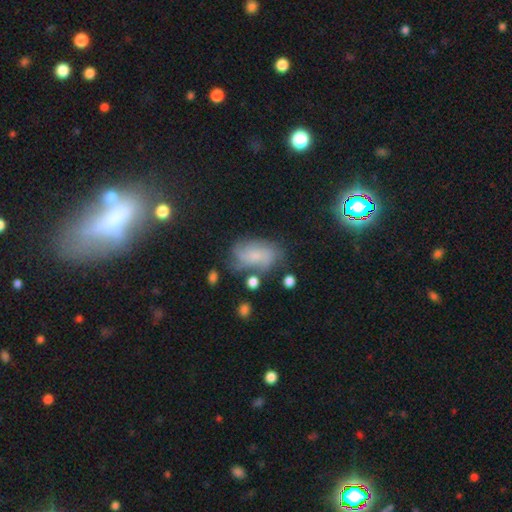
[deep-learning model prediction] Smooth or featured? Predicted: featured or disk (p=0.49). Merging? Predicted: none (p=0.57).